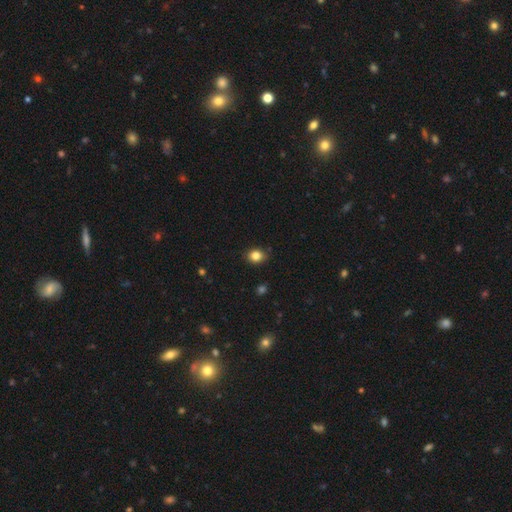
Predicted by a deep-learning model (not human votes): smooth-or-featured: smooth: 84% | star or artifact: 11% | featured or disk: 5%
  how-rounded: round: 62% | in between: 37% | cigar-shaped: 1%
  merging: none: 85% | minor disturbance: 11% | major disturbance: 2% | merger: 1%